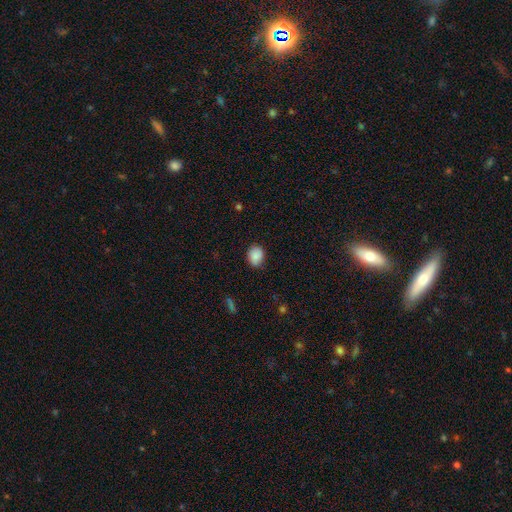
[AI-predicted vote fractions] Q: Smooth or featured?
A: smooth (87%); runner-up: star or artifact (8%)
Q: How rounded?
A: round (51%); runner-up: in between (48%)
Q: Merging?
A: none (78%); runner-up: minor disturbance (18%)